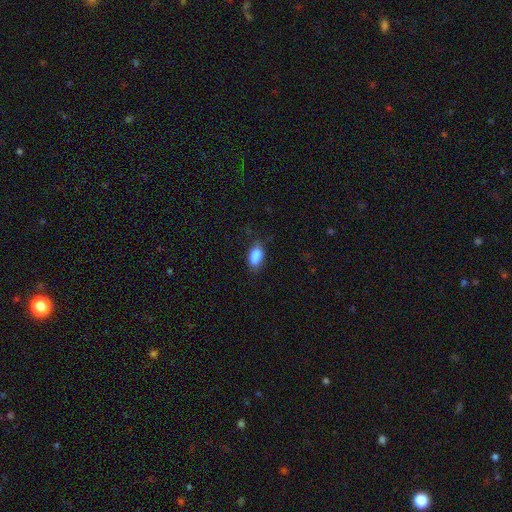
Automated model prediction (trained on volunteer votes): smooth_or_featured: smooth (p=0.84) [alt: star or artifact p=0.09]
how_rounded: in between (p=0.88) [alt: round p=0.07]
merging: none (p=0.61) [alt: minor disturbance p=0.26]